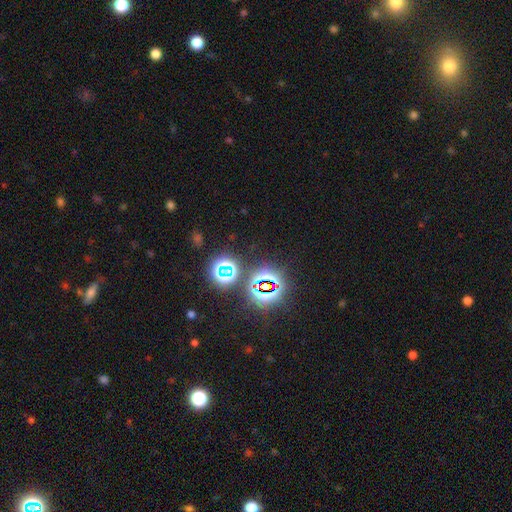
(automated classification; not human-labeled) Overall: star or artifact (79%).